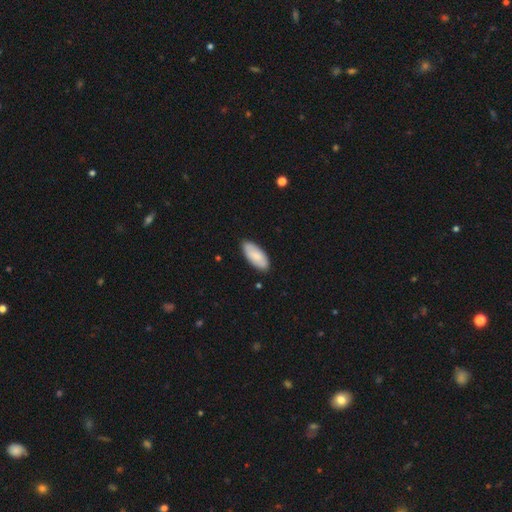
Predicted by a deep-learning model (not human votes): Smooth or featured? Predicted: smooth (p=0.81). How rounded? Predicted: in between (p=0.89). Merging? Predicted: none (p=0.86).